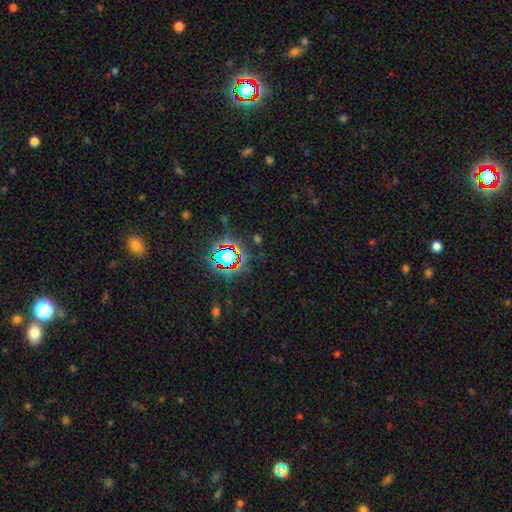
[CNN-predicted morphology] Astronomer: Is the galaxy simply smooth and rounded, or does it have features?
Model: star or artifact — 80%.